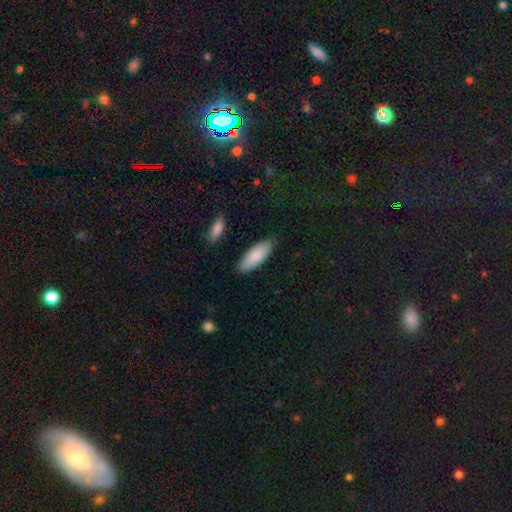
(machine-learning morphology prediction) Smooth or featured? Predicted: smooth (p=0.85). How rounded? Predicted: in between (p=0.75). Merging? Predicted: none (p=0.82).